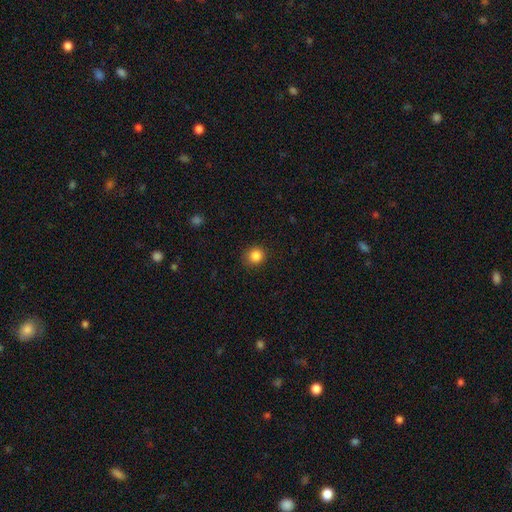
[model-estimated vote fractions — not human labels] Smooth or featured? Predicted: smooth (p=0.85). How rounded? Predicted: round (p=0.86). Merging? Predicted: none (p=0.85).